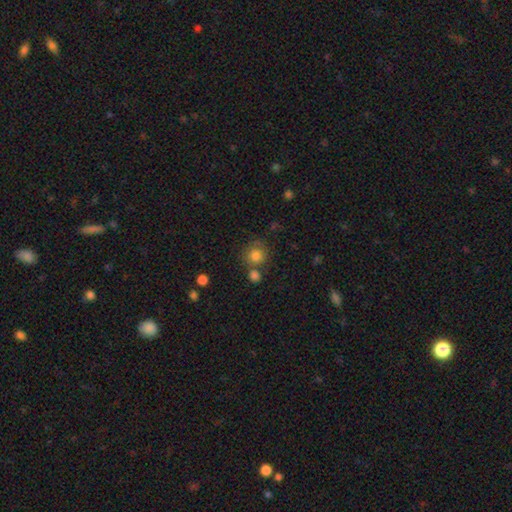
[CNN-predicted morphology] Smooth or featured? smooth (81%)
How rounded? round (87%)
Merging? none (63%)